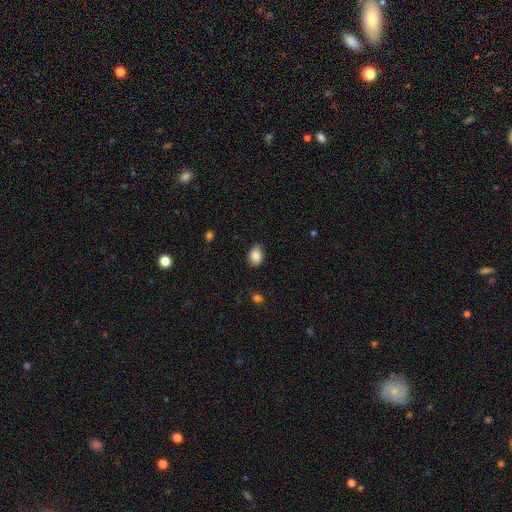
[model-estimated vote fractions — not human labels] The model was most divided on "how rounded": in between: 78%, round: 21%, cigar-shaped: 1%. More confident: smooth or featured — smooth (85%); merging — none (81%).